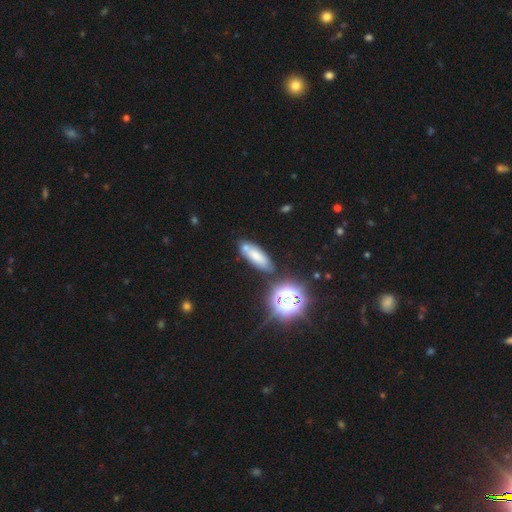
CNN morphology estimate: A smooth galaxy with no disk features (64%) that is in between round and cigar-shaped (60%).

Vote fractions:
- Smooth or featured? smooth: 64% / featured or disk: 19% / star or artifact: 18%
- How rounded? in between: 60% / cigar-shaped: 35% / round: 6%
- Merging? none: 65% / minor disturbance: 16% / merger: 14% / major disturbance: 5%